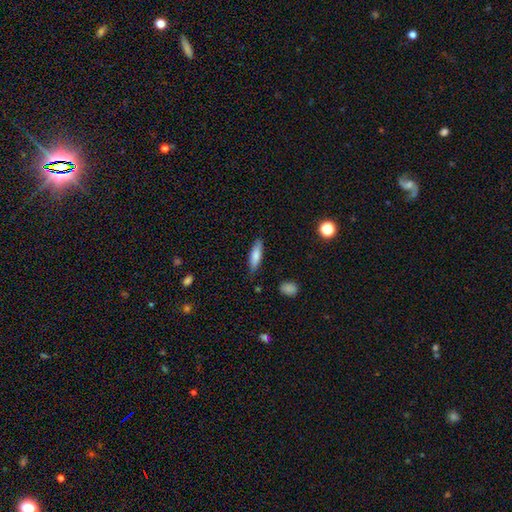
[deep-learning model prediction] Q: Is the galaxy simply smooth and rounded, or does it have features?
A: smooth — 79%.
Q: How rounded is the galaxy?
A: cigar-shaped — 60%.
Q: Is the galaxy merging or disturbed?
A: none — 84%.